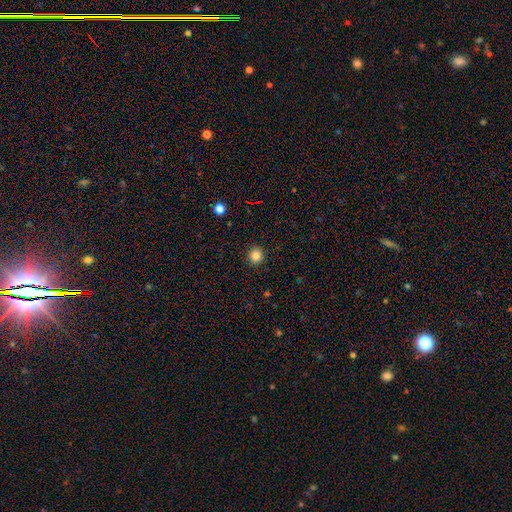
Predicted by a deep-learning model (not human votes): smooth_or_featured: smooth (p=0.85) [alt: star or artifact p=0.12]
how_rounded: round (p=0.93) [alt: in between p=0.06]
merging: none (p=0.92) [alt: minor disturbance p=0.05]